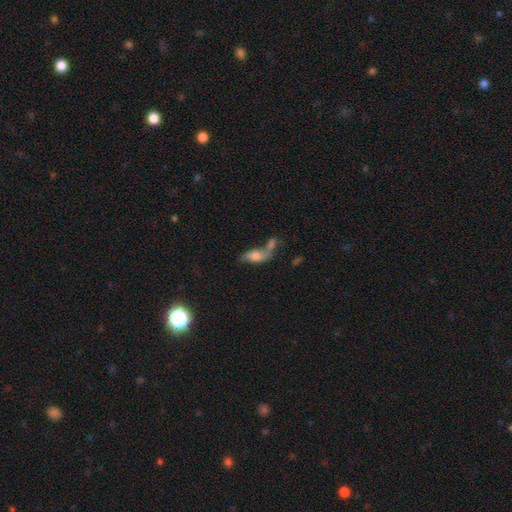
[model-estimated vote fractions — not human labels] Overall: smooth (56%; featured or disk 34%). How rounded: in between (79%). Merging: merger (48%; none 27%).